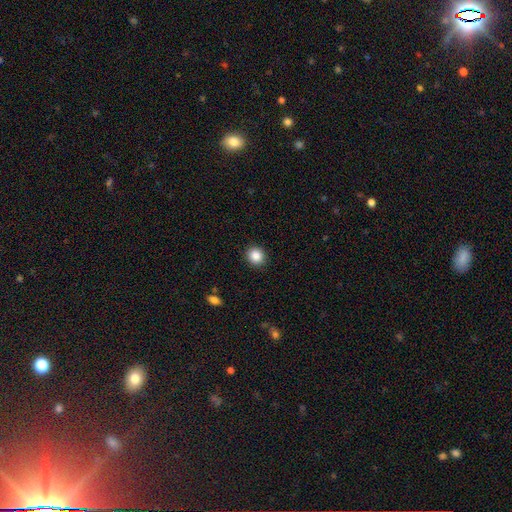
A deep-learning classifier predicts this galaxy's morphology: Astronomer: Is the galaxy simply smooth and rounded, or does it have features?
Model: smooth — 87%.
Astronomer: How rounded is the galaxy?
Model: round — 82%.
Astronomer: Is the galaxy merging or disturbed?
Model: none — 91%.